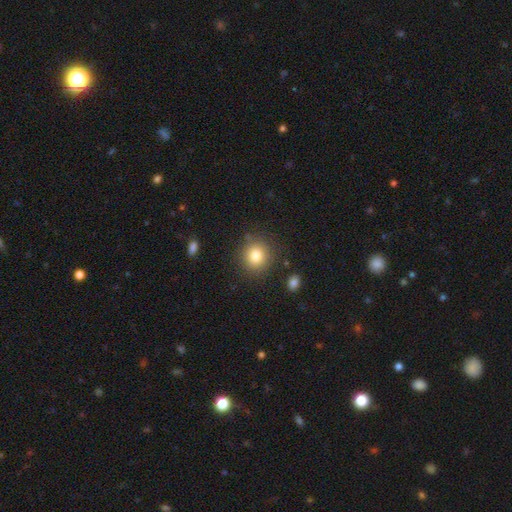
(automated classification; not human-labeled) Smooth or featured?
  - smooth: 80% *
  - star or artifact: 12%
  - featured or disk: 8%
How rounded?
  - round: 87% *
  - in between: 12%
  - cigar-shaped: 1%
Merging?
  - none: 85% *
  - minor disturbance: 9%
  - major disturbance: 3%
  - merger: 3%